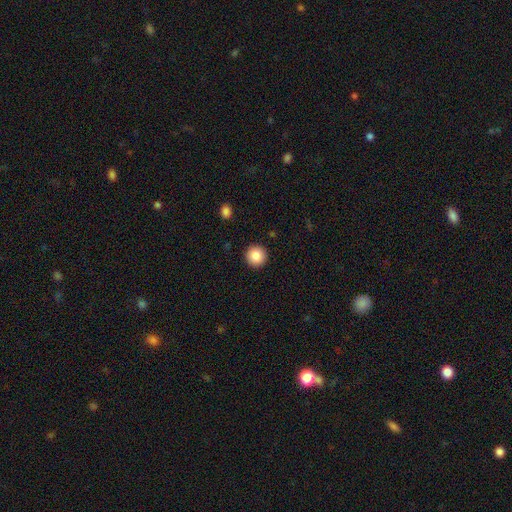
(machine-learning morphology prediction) smooth_or_featured: smooth (p=0.87) [alt: star or artifact p=0.09]
how_rounded: round (p=0.96) [alt: in between p=0.03]
merging: none (p=0.93) [alt: minor disturbance p=0.05]